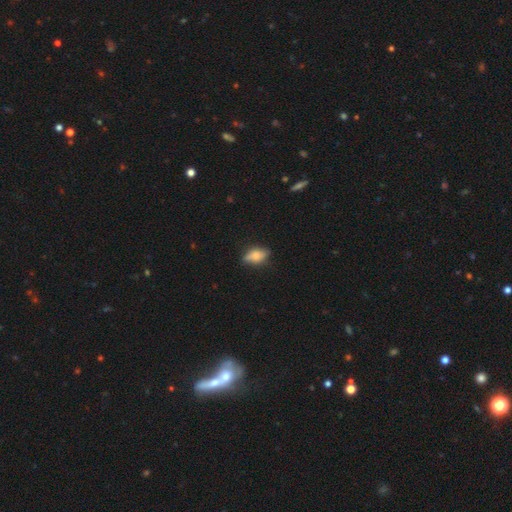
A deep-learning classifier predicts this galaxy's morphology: Overall: smooth (61%; featured or disk 30%). How rounded: in between (80%). Merging: none (74%).